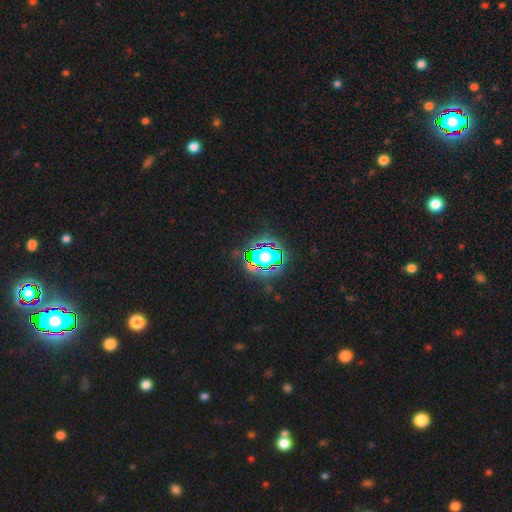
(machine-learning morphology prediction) A star or artifact, not a galaxy (83%).

Vote fractions:
- Smooth or featured? star or artifact: 83% / smooth: 11% / featured or disk: 7%